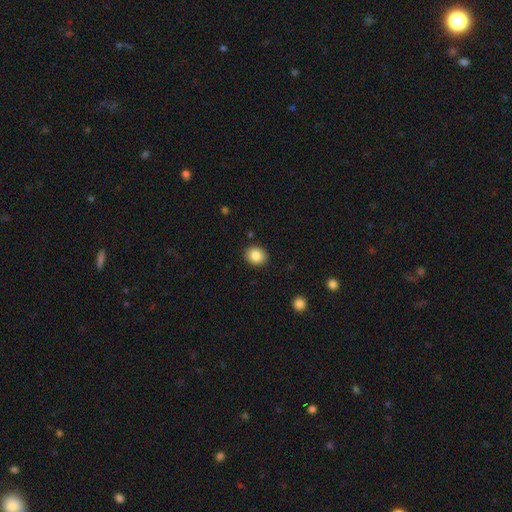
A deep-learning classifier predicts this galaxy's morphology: smooth_or_featured: smooth (p=0.86) [alt: star or artifact p=0.09]
how_rounded: round (p=0.63) [alt: in between p=0.36]
merging: none (p=0.90) [alt: minor disturbance p=0.07]